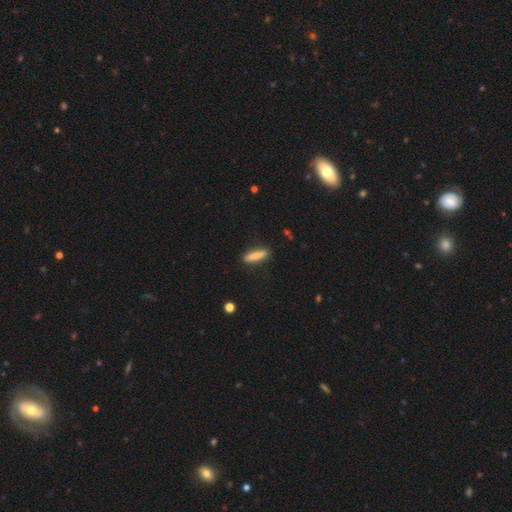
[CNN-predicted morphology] smooth 81%, featured or disk 12%, star or artifact 7%. Down the decision tree: how rounded — cigar-shaped (77%); merging — none (87%).